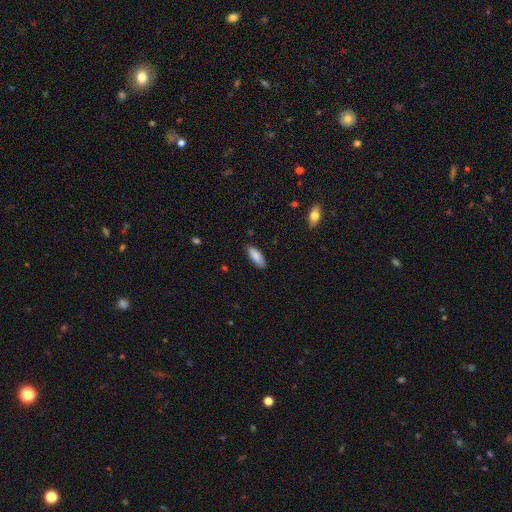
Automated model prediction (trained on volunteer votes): smooth_or_featured: smooth (p=0.88) [alt: featured or disk p=0.06]
how_rounded: in between (p=0.71) [alt: cigar-shaped p=0.27]
merging: none (p=0.84) [alt: minor disturbance p=0.12]